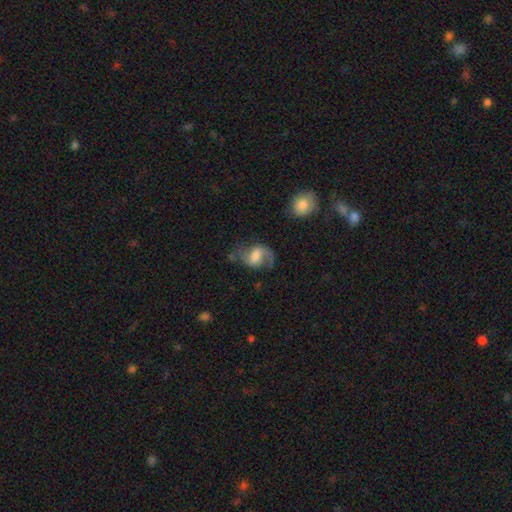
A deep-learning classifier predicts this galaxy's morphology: Smooth or featured: featured or disk — 67% (smooth — 25%)
Edge-on disk: no — 97% (yes — 3%)
Bar: weak — 50% (no — 33%)
Spiral arms: yes — 91% (no — 9%)
Spiral winding: loose — 52% (medium — 39%)
Spiral arm count: 2 — 75% (1 — 17%)
Bulge size: moderate — 38% (large — 25%)
Merging: none — 54% (minor disturbance — 22%)